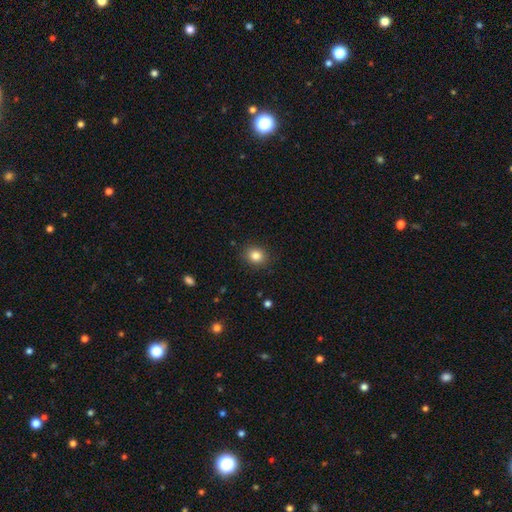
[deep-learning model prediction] Q: Smooth or featured?
A: smooth (84%); runner-up: star or artifact (11%)
Q: How rounded?
A: round (67%); runner-up: in between (32%)
Q: Merging?
A: none (88%); runner-up: minor disturbance (8%)